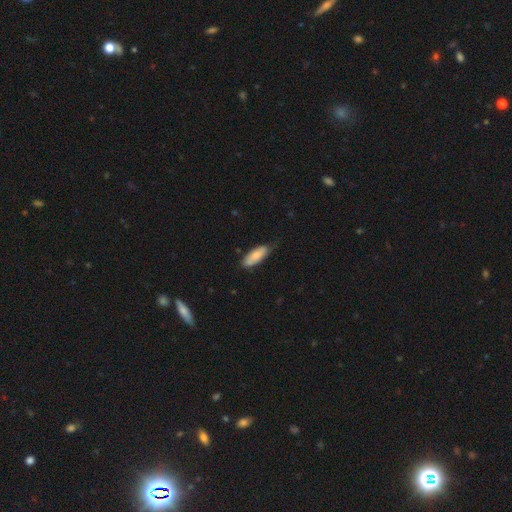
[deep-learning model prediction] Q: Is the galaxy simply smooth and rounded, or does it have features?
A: smooth — 80%.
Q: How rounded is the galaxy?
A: in between — 72%.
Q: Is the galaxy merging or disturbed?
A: none — 65%.